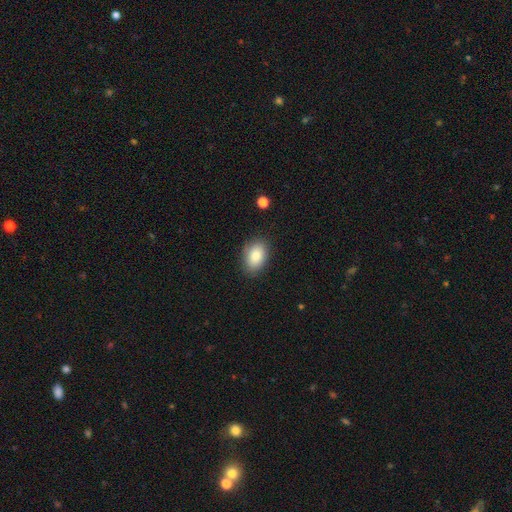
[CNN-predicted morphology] smooth 86%, star or artifact 7%, featured or disk 7%. Down the decision tree: how rounded — in between (85%); merging — none (85%).